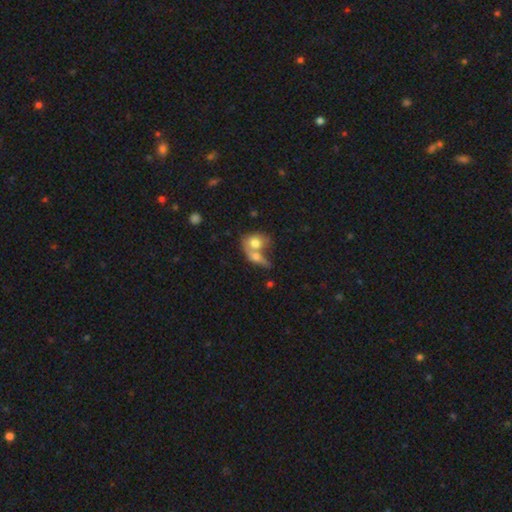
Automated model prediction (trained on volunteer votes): smooth_or_featured: smooth (p=0.62) [alt: featured or disk p=0.30]
how_rounded: in between (p=0.58) [alt: round p=0.34]
merging: merger (p=0.63) [alt: none p=0.23]